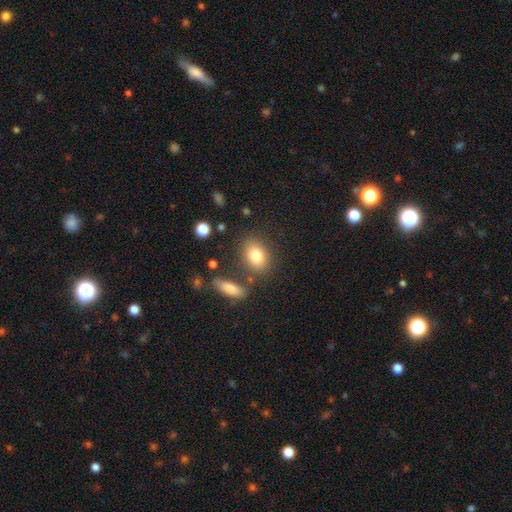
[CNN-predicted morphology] Q: Smooth or featured?
A: smooth (80%); runner-up: featured or disk (11%)
Q: How rounded?
A: in between (70%); runner-up: round (27%)
Q: Merging?
A: none (75%); runner-up: minor disturbance (12%)